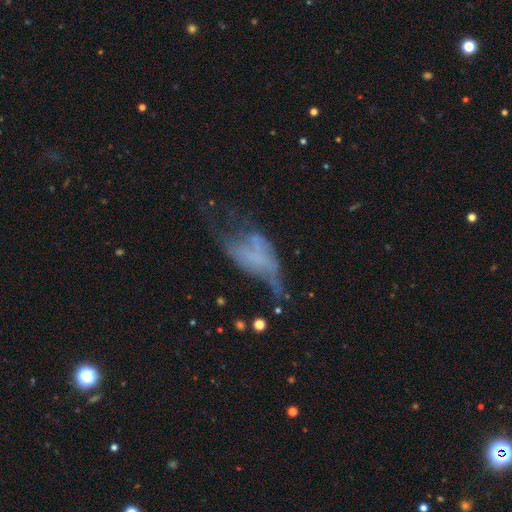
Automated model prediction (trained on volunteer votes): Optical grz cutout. It shows a featured or disk galaxy (53%). Merging: major disturbance (52%).